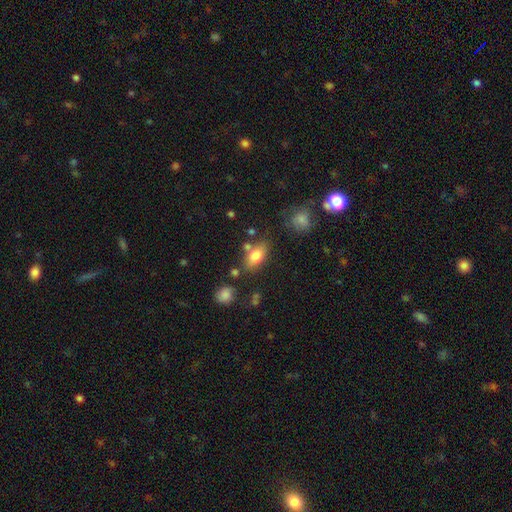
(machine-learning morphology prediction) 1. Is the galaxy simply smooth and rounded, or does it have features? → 76% smooth, 15% featured or disk, 9% star or artifact.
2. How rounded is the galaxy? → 85% in between, 8% round, 7% cigar-shaped.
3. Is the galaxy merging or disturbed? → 71% none, 15% minor disturbance, 10% merger, 4% major disturbance.